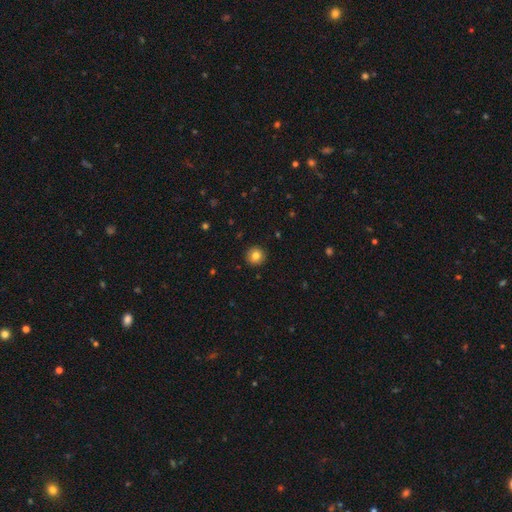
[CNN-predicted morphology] This appears to be a smooth galaxy with no disk features (82%) that is round (95%). Merging: none (93%).